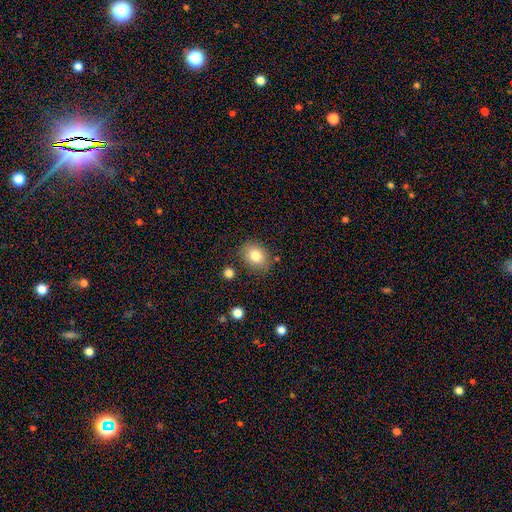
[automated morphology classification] type=smooth (81%); roundness=in between (63%); merging=none (81%).